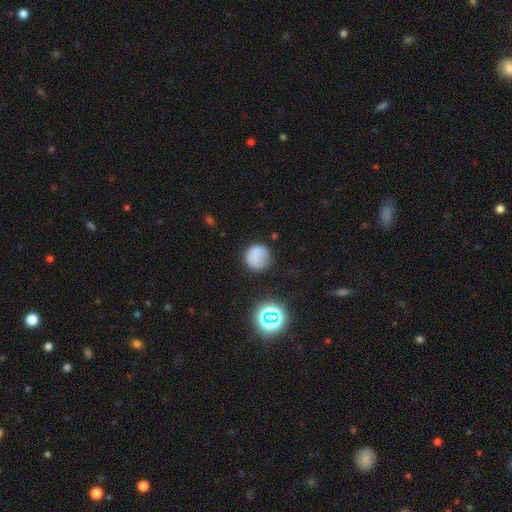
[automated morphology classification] A smooth galaxy with no disk features (73%) that is round (91%). Merging: none (71%).